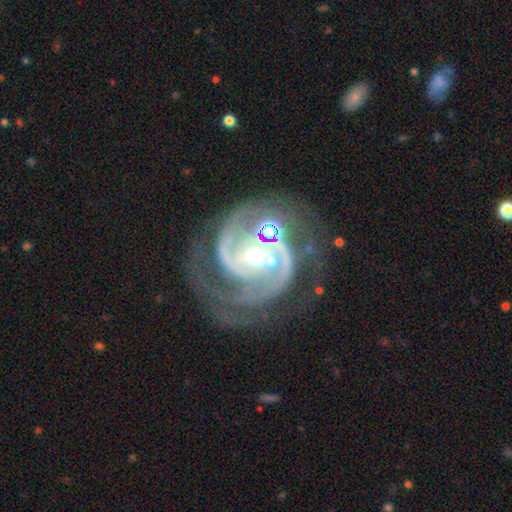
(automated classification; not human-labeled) This appears to be a featured or disk galaxy (90%) with no bar (49%), 2 (68%) medium (45%, tied with tight) spiral arms (98%) and a small central bulge (51%). Merging: none (48%).